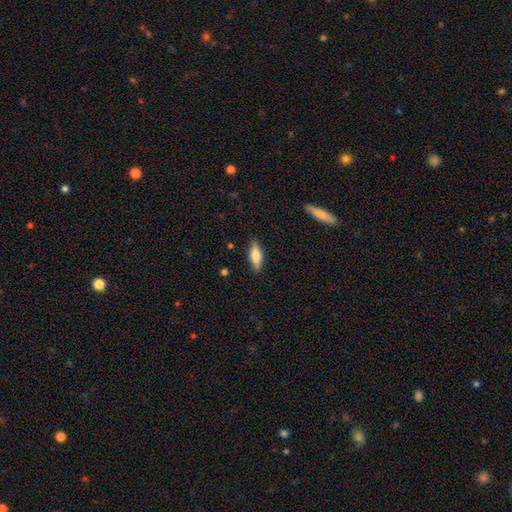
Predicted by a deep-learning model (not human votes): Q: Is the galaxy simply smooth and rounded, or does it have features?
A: smooth — 69%.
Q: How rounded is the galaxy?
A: in between — 60%.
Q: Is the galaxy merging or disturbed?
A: none — 87%.